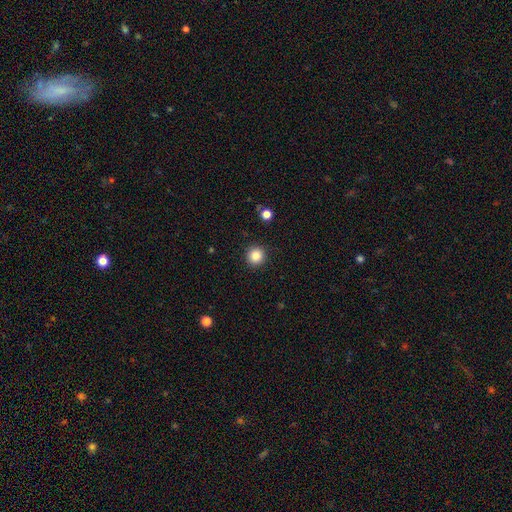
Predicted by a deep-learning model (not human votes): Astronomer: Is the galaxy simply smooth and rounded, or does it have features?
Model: smooth — 85%.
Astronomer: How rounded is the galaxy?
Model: round — 95%.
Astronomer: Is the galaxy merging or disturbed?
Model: none — 92%.